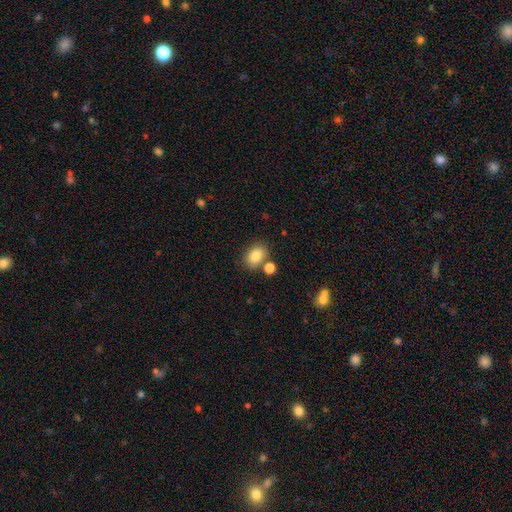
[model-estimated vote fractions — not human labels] Q: Smooth or featured?
A: smooth (84%); runner-up: star or artifact (9%)
Q: How rounded?
A: in between (78%); runner-up: round (20%)
Q: Merging?
A: none (72%); runner-up: merger (13%)